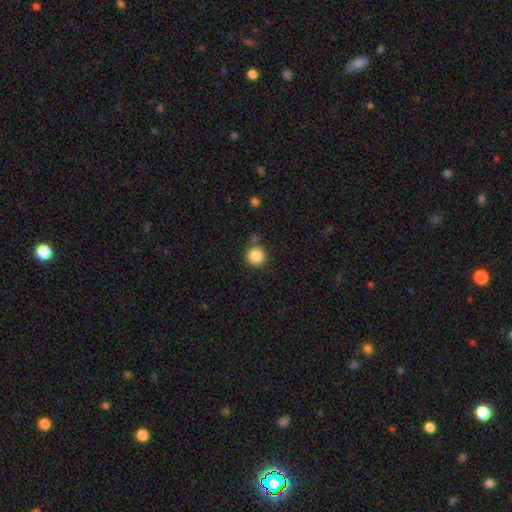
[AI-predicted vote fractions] Smooth or featured: smooth — 86% (star or artifact — 10%)
How rounded: round — 95% (in between — 4%)
Merging: none — 82% (minor disturbance — 9%)